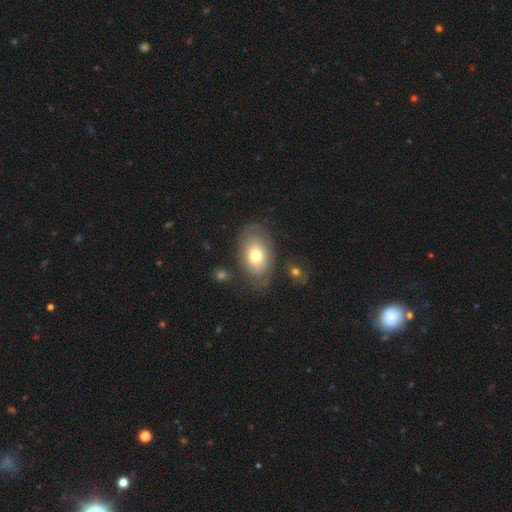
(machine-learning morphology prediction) A smooth galaxy with no disk features (69%) that is in between round and cigar-shaped (85%).

Vote fractions:
- Smooth or featured? smooth: 69% / featured or disk: 22% / star or artifact: 8%
- How rounded? in between: 85% / round: 13% / cigar-shaped: 1%
- Merging? none: 71% / minor disturbance: 18% / major disturbance: 7% / merger: 4%